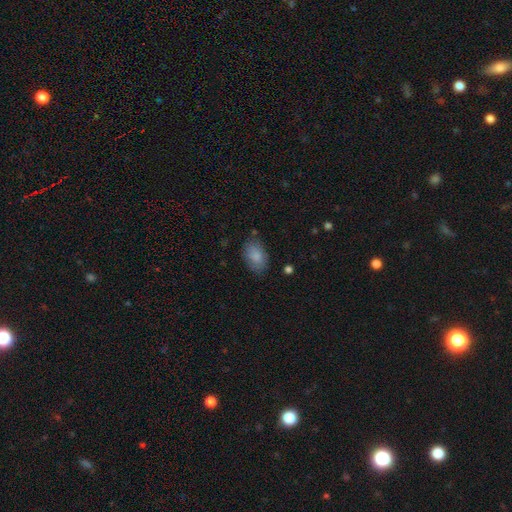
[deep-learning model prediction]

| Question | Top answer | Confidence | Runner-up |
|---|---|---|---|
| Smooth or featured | smooth | 86% | featured or disk (8%) |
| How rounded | in between | 90% | round (8%) |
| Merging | none | 77% | minor disturbance (17%) |